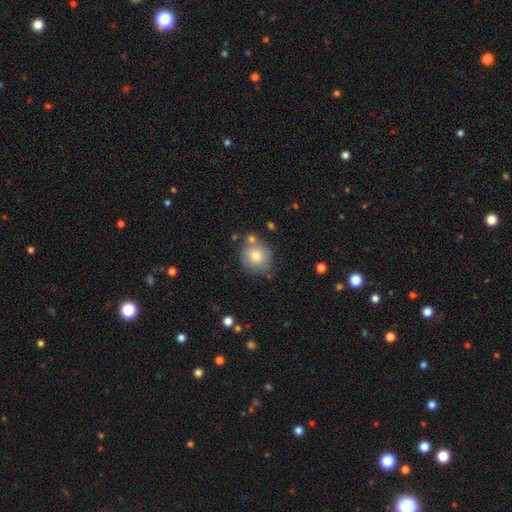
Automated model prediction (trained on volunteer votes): smooth-or-featured: smooth: 77% | featured or disk: 14% | star or artifact: 9%
  how-rounded: round: 82% | in between: 17% | cigar-shaped: 1%
  merging: none: 70% | minor disturbance: 16% | merger: 10% | major disturbance: 4%